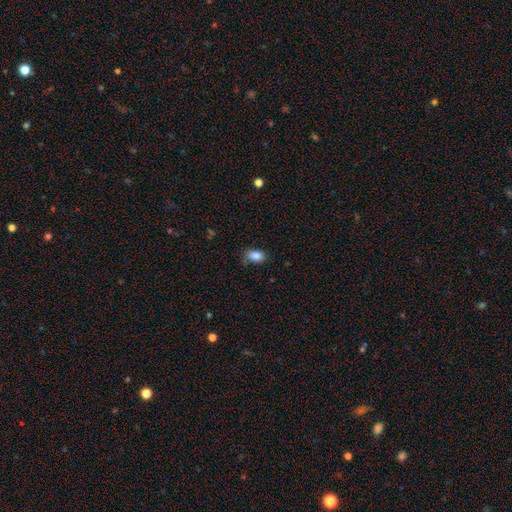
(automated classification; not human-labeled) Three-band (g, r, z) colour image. It shows a smooth galaxy with no disk features (86%) that is in between round and cigar-shaped (86%). Merging: none (71%).